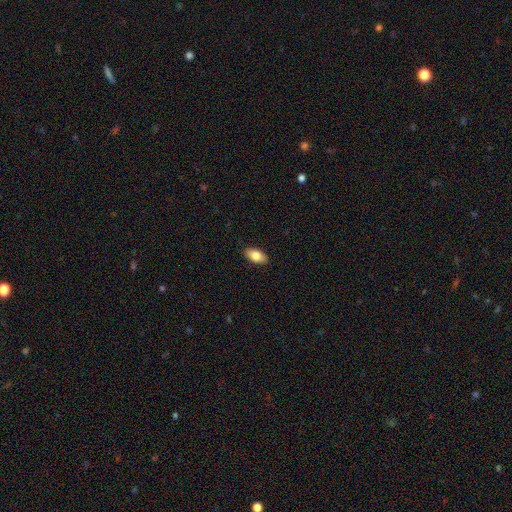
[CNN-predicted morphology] Q: Smooth or featured?
A: smooth (79%); runner-up: featured or disk (14%)
Q: How rounded?
A: in between (91%); runner-up: cigar-shaped (5%)
Q: Merging?
A: none (89%); runner-up: minor disturbance (9%)